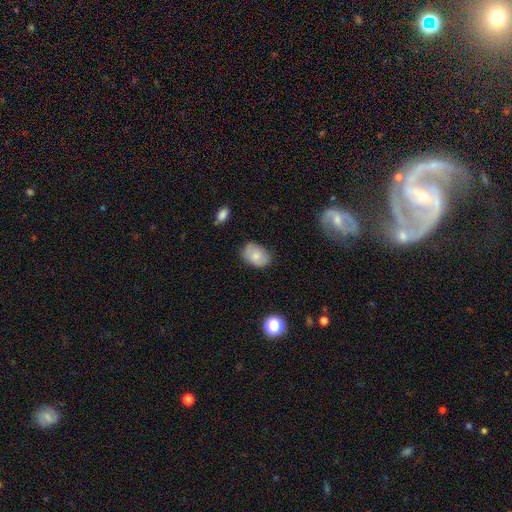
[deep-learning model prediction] A smooth galaxy with no disk features (78%) that is in between round and cigar-shaped (85%).

Vote fractions:
- Smooth or featured? smooth: 78% / featured or disk: 15% / star or artifact: 7%
- How rounded? in between: 85% / round: 14% / cigar-shaped: 1%
- Merging? none: 75% / minor disturbance: 19% / major disturbance: 4% / merger: 2%